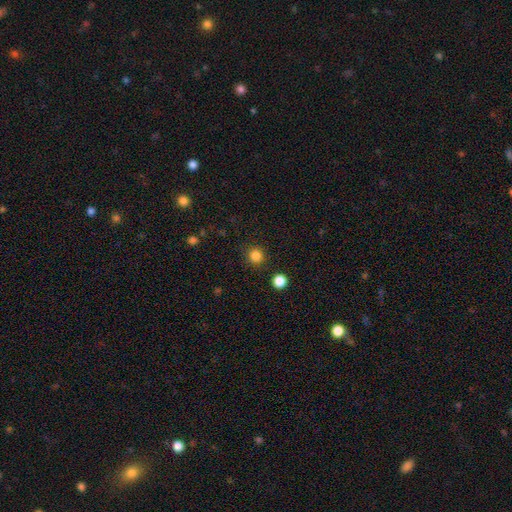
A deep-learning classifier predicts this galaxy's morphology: type=smooth (84%); roundness=round (93%); merging=none (90%).